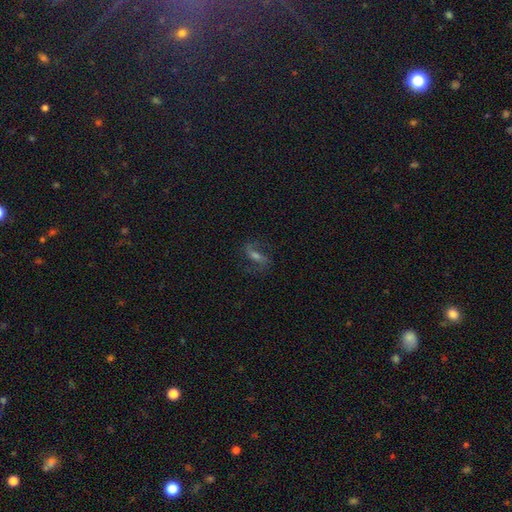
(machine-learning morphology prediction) Smooth or featured?
  - featured or disk: 68% *
  - smooth: 17%
  - star or artifact: 16%
Edge-on disk?
  - no: 89% *
  - yes: 11%
Bar?
  - strong: 40% *
  - weak: 39%
  - no: 21%
Spiral arms?
  - yes: 91% *
  - no: 9%
Spiral winding?
  - loose: 46% *
  - medium: 41%
  - tight: 13%
Spiral arm count?
  - 2: 89% *
  - can't tell: 5%
  - 1: 3%
  - 3: 1%
  - 4: 1%
  - more than 4: 1%
Bulge size?
  - moderate: 47% *
  - small: 37%
  - large: 7%
  - none: 6%
  - dominant: 2%
Merging?
  - none: 76% *
  - minor disturbance: 14%
  - major disturbance: 9%
  - merger: 1%